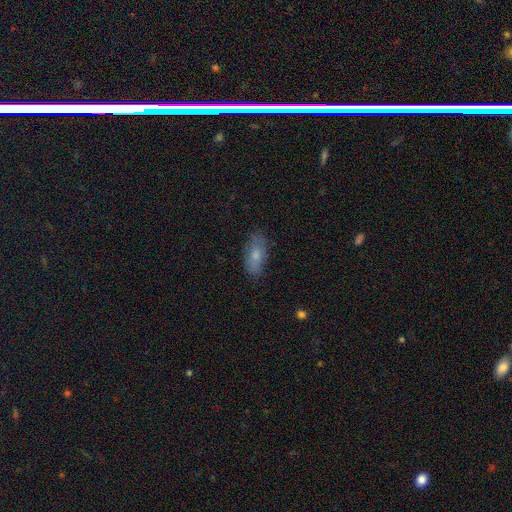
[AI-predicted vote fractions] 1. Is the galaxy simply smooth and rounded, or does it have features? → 74% smooth, 19% featured or disk, 7% star or artifact.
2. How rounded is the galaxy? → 82% in between, 15% cigar-shaped, 3% round.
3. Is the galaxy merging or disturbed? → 79% none, 16% minor disturbance, 4% major disturbance, 1% merger.